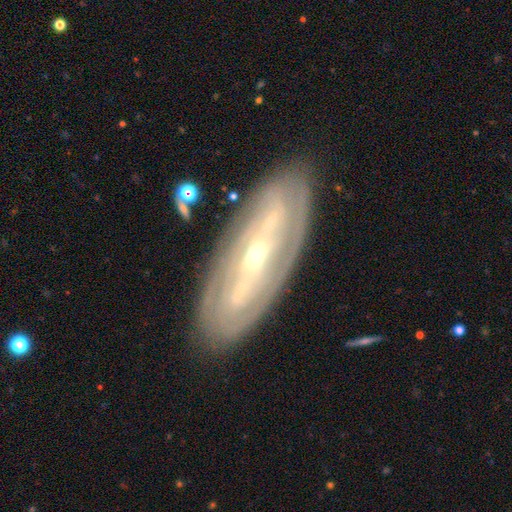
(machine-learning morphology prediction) featured or disk 82%, smooth 12%, star or artifact 6%. Down the decision tree: edge-on disk — no (83%); bar — strong (48%); spiral arms — yes (74%); spiral arm count — 2 (43%); spiral winding — tight (66%); bulge size — small (58%); merging — none (84%).